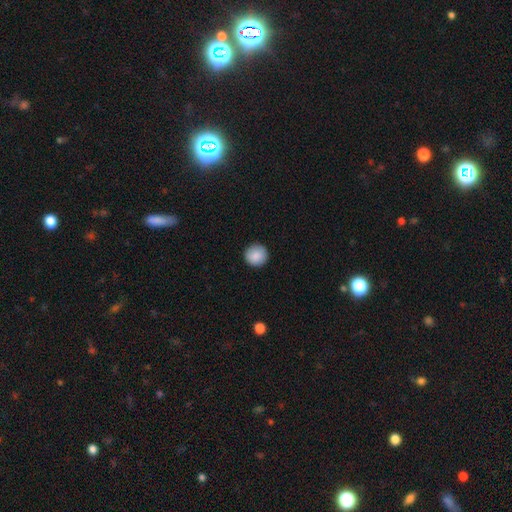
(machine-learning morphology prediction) This appears to be a smooth galaxy with no disk features (88%) that is round (94%). Merging: none (91%).